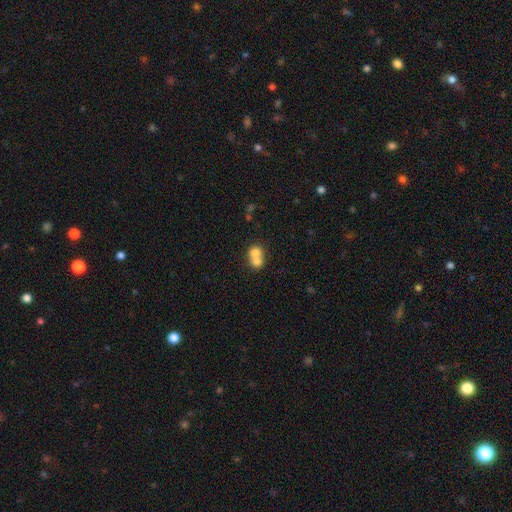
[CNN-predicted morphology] A smooth galaxy with no disk features (71%) that is round (71%).

Vote fractions:
- Smooth or featured? smooth: 71% / featured or disk: 19% / star or artifact: 10%
- How rounded? round: 71% / in between: 28% / cigar-shaped: 1%
- Merging? merger: 71% / none: 22% / minor disturbance: 4% / major disturbance: 2%